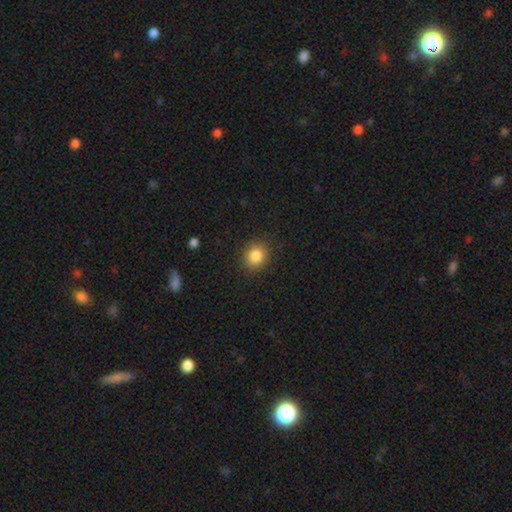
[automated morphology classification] This is clearly a smooth galaxy (85%). How rounded: likely round (77%). Merging: clearly none (89%).